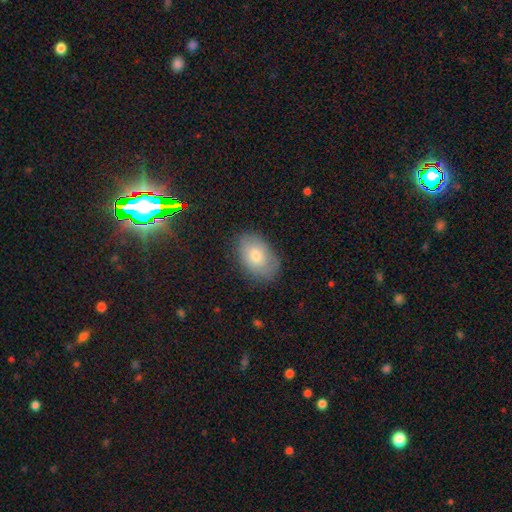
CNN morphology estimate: smooth_or_featured: smooth (p=0.69) [alt: featured or disk p=0.20]
how_rounded: in between (p=0.87) [alt: round p=0.12]
merging: none (p=0.81) [alt: minor disturbance p=0.14]